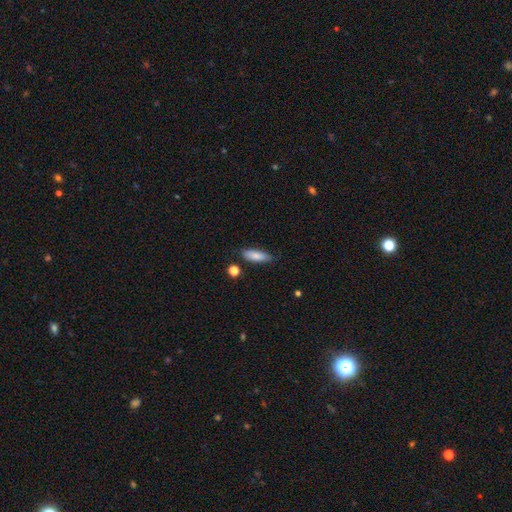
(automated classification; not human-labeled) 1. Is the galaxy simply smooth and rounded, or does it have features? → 83% smooth, 11% featured or disk, 7% star or artifact.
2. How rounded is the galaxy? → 58% in between, 40% cigar-shaped, 2% round.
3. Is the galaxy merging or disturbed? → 77% none, 17% minor disturbance, 3% major disturbance, 3% merger.